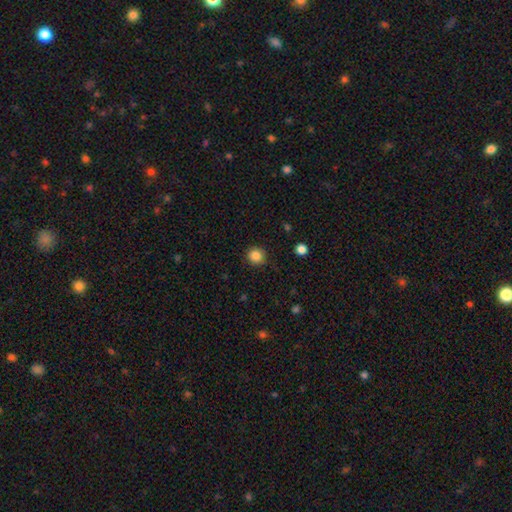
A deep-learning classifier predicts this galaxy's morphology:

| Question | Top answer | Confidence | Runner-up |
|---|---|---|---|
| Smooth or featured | smooth | 85% | star or artifact (11%) |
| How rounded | round | 92% | in between (7%) |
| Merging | none | 90% | minor disturbance (7%) |